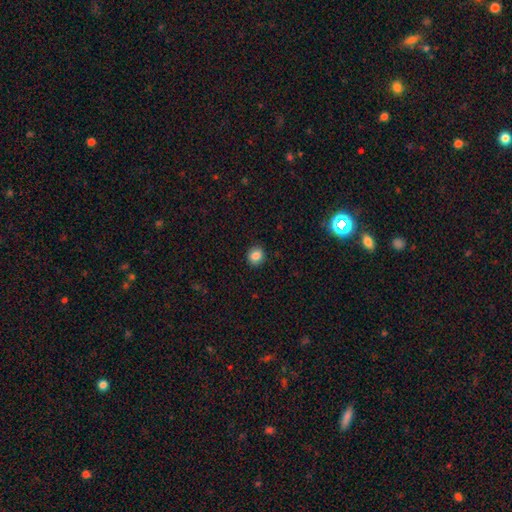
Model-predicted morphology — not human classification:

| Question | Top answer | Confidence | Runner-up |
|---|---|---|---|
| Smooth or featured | smooth | 86% | star or artifact (10%) |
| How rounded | round | 82% | in between (17%) |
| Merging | none | 91% | minor disturbance (6%) |